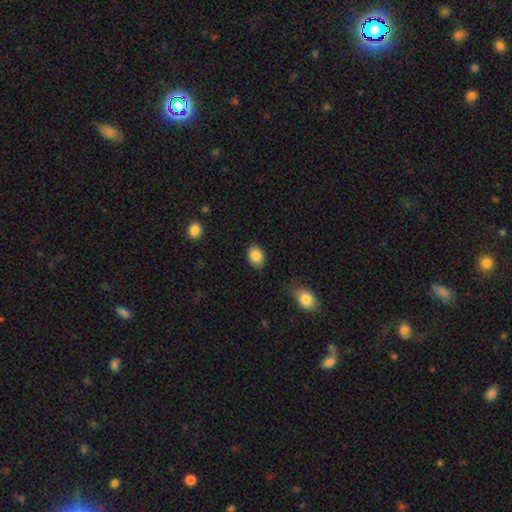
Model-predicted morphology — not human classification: type=smooth (87%); roundness=in between (70%); merging=none (85%).